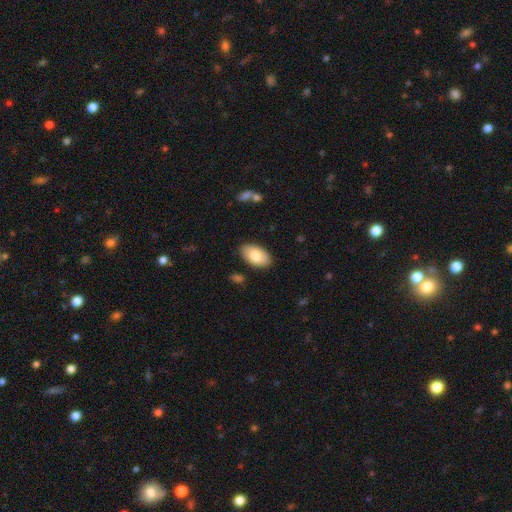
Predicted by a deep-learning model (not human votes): Q: Smooth or featured?
A: smooth (82%); runner-up: featured or disk (12%)
Q: How rounded?
A: in between (94%); runner-up: round (4%)
Q: Merging?
A: none (86%); runner-up: minor disturbance (10%)